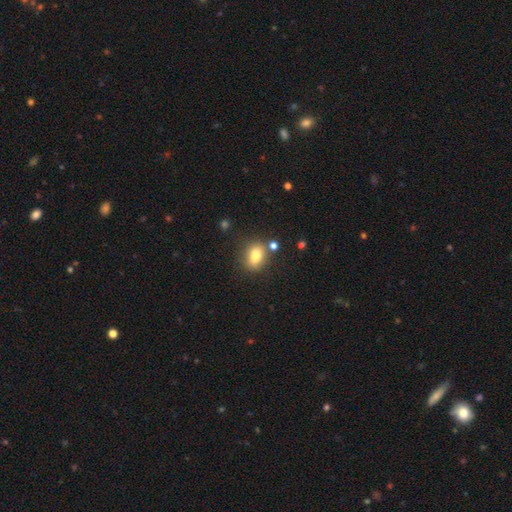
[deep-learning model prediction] smooth 81%, star or artifact 10%, featured or disk 9%. Down the decision tree: how rounded — in between (69%); merging — none (69%).